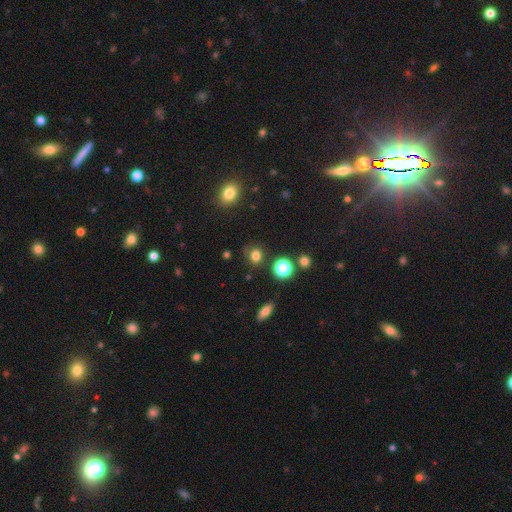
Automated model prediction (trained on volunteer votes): smooth-or-featured: smooth: 76% | star or artifact: 18% | featured or disk: 6%
  how-rounded: round: 75% | in between: 24% | cigar-shaped: 1%
  merging: none: 77% | minor disturbance: 14% | major disturbance: 5% | merger: 4%